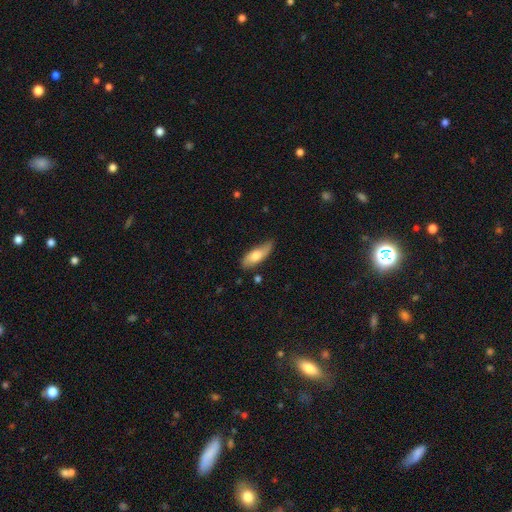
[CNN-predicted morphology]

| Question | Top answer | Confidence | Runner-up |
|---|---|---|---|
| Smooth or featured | smooth | 68% | featured or disk (26%) |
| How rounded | in between | 64% | cigar-shaped (34%) |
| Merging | none | 62% | minor disturbance (30%) |